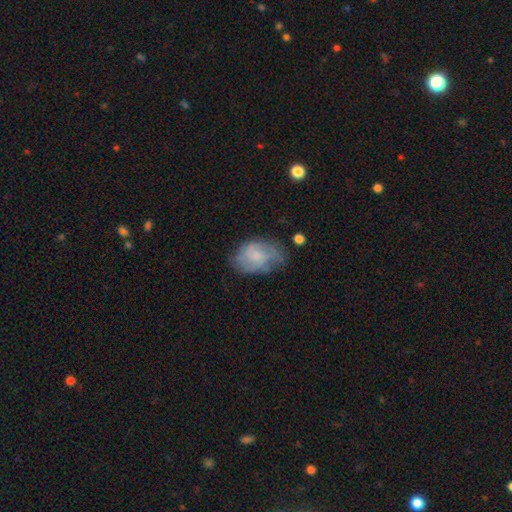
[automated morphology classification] Q: Smooth or featured?
A: featured or disk (50%); runner-up: smooth (42%)
Q: Edge-on disk?
A: no (97%); runner-up: yes (3%)
Q: Merging?
A: none (56%); runner-up: minor disturbance (29%)